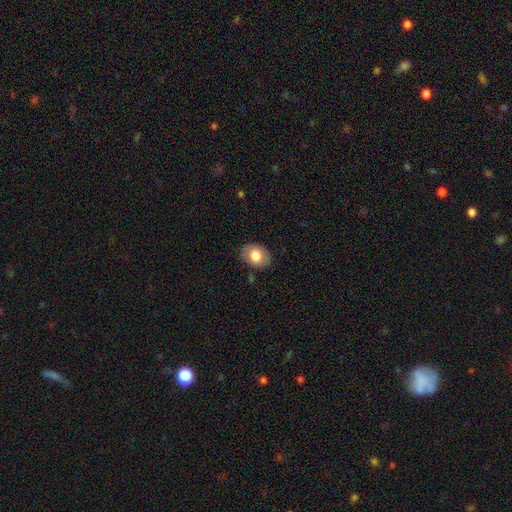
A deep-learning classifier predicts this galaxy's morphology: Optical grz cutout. It shows a smooth galaxy with no disk features (76%) that is in between round and cigar-shaped (72%). Merging: none (83%).